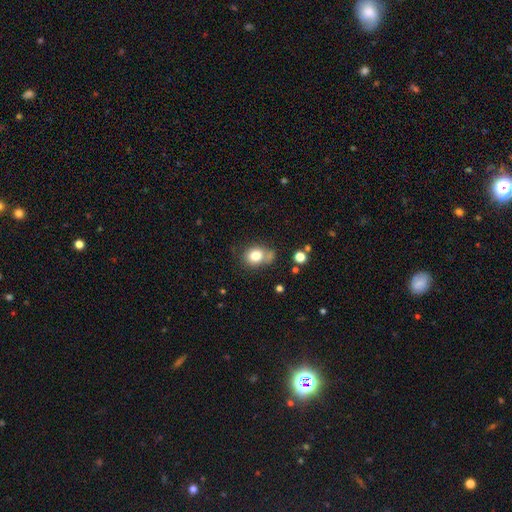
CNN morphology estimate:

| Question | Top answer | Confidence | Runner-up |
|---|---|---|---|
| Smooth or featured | smooth | 79% | star or artifact (11%) |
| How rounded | round | 58% | in between (41%) |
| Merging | none | 54% | minor disturbance (21%) |